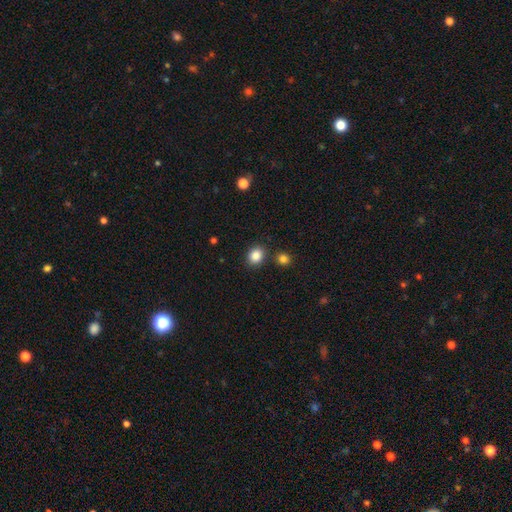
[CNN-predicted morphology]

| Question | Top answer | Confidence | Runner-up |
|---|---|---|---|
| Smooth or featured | smooth | 86% | star or artifact (10%) |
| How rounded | round | 63% | in between (36%) |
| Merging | none | 84% | minor disturbance (8%) |